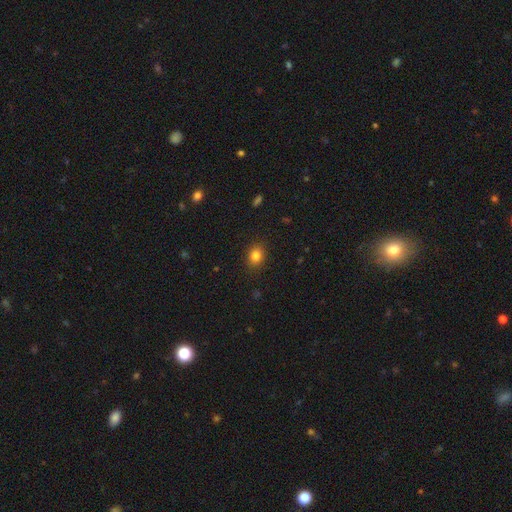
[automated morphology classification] smooth-or-featured: smooth: 82% | star or artifact: 11% | featured or disk: 6%
  how-rounded: round: 54% | in between: 45% | cigar-shaped: 1%
  merging: none: 88% | minor disturbance: 9% | major disturbance: 2% | merger: 1%